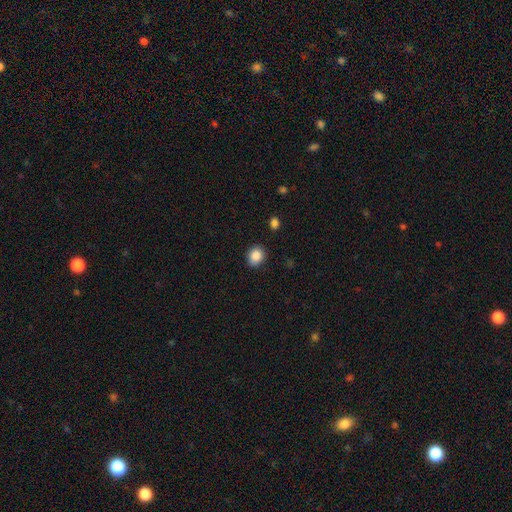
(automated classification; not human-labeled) Morphology: type=smooth (87%); roundness=round (68%); merging=none (86%).